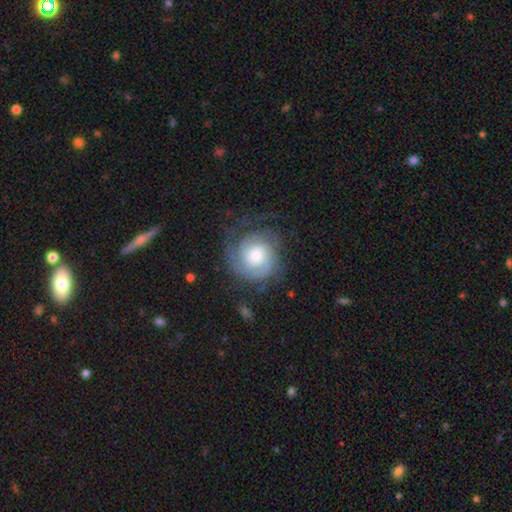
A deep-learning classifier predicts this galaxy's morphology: Smooth or featured: featured or disk — 79% (smooth — 16%)
Edge-on disk: no — 98% (yes — 2%)
Bar: no — 71% (weak — 25%)
Spiral arms: yes — 96% (no — 4%)
Spiral winding: tight — 65% (medium — 27%)
Spiral arm count: 2 — 43% (can't tell — 23%)
Bulge size: moderate — 49% (small — 27%)
Merging: none — 66% (minor disturbance — 18%)